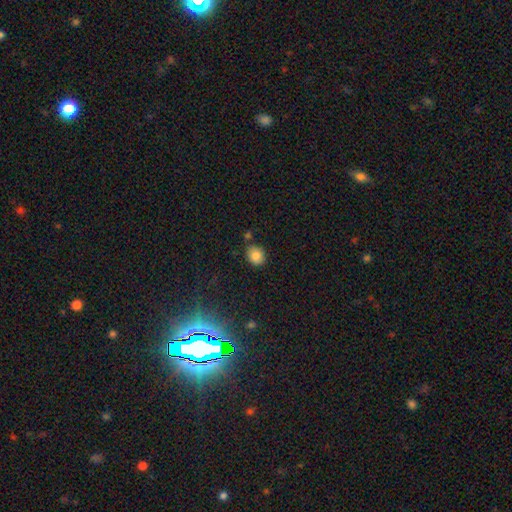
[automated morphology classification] smooth_or_featured: smooth (p=0.84) [alt: star or artifact p=0.11]
how_rounded: round (p=0.64) [alt: in between p=0.35]
merging: none (p=0.76) [alt: minor disturbance p=0.14]